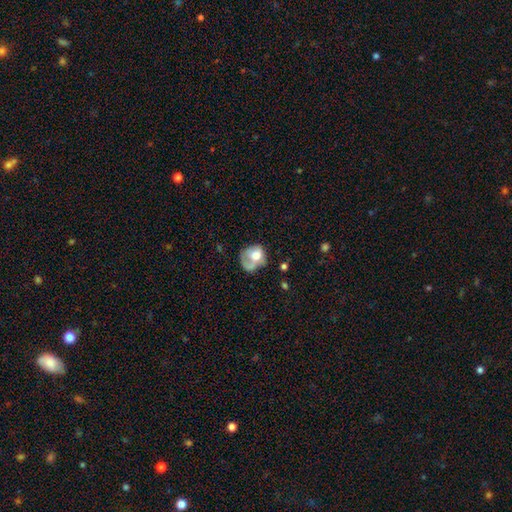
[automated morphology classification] Smooth or featured? Predicted: smooth (p=0.59). How rounded? Predicted: round (p=0.54). Merging? Predicted: major disturbance (p=0.38).